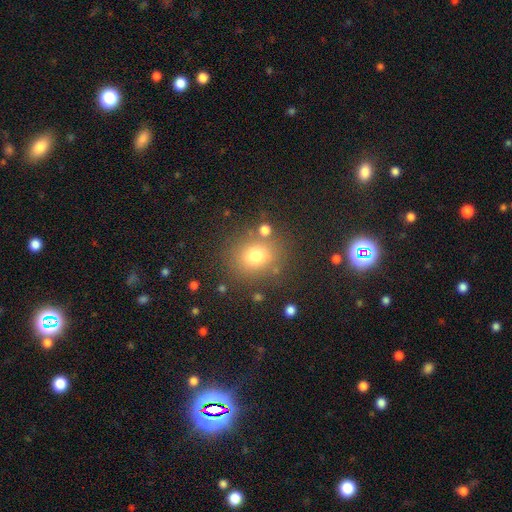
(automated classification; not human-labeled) Smooth or featured? smooth (74%)
How rounded? round (74%)
Merging? none (79%)